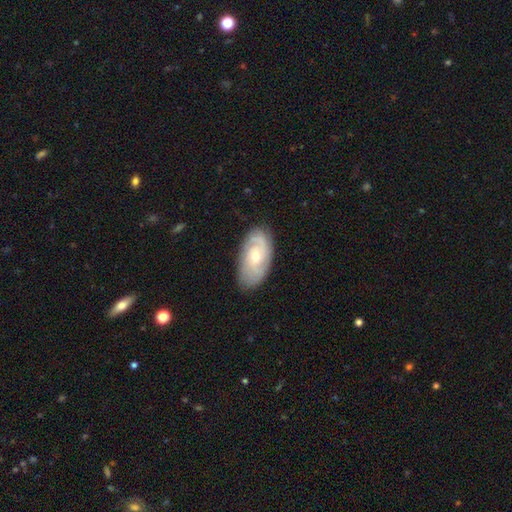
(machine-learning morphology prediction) Smooth or featured: featured or disk — 73% (smooth — 22%)
Edge-on disk: no — 94% (yes — 6%)
Bar: no — 67% (weak — 28%)
Spiral arms: yes — 91% (no — 9%)
Spiral winding: tight — 59% (medium — 32%)
Spiral arm count: 2 — 39% (can't tell — 33%)
Bulge size: moderate — 53% (small — 43%)
Merging: none — 81% (minor disturbance — 15%)